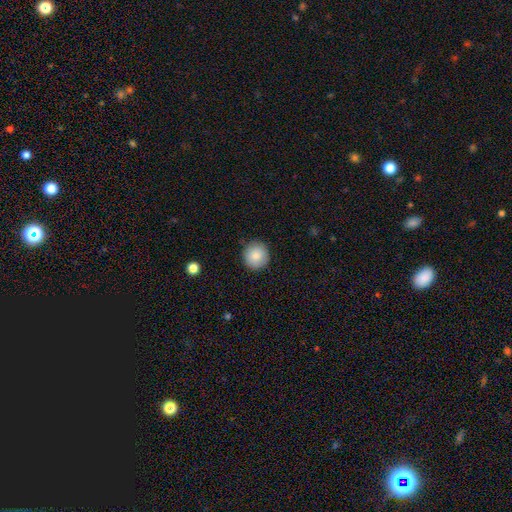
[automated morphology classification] Overall: smooth (86%). How rounded: round (94%). Merging: none (90%).